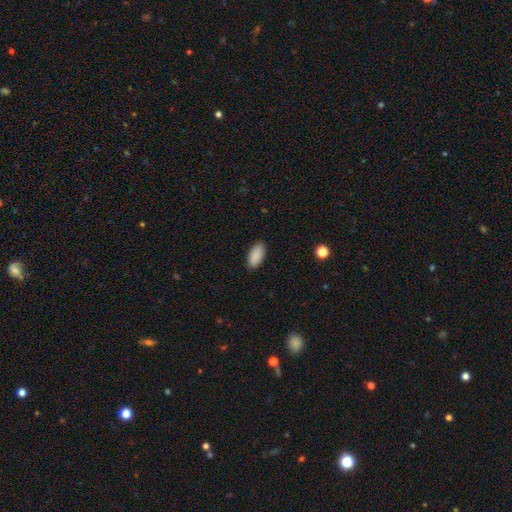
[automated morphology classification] type=smooth (90%); roundness=in between (93%); merging=none (89%).